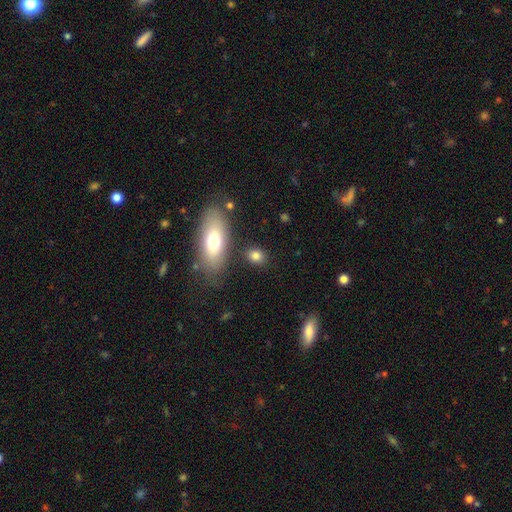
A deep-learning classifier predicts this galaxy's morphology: type=smooth (81%); roundness=in between (58%); merging=none (81%).